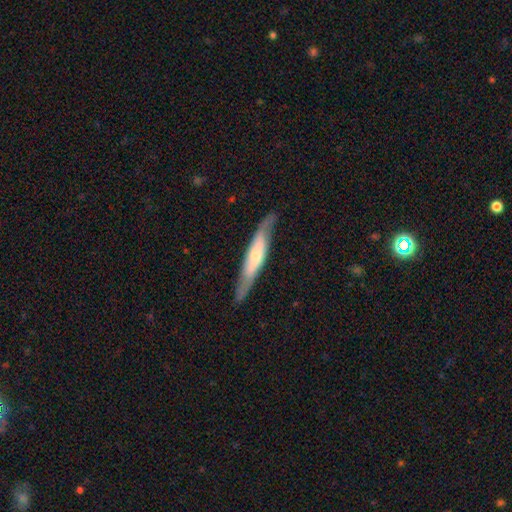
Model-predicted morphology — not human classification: A featured or disk galaxy (58%) viewed edge-on (73%).

Vote fractions:
- Smooth or featured? featured or disk: 58% / smooth: 37% / star or artifact: 5%
- Edge-on disk? yes: 73% / no: 27%
- Merging? none: 80% / minor disturbance: 15% / major disturbance: 4% / merger: 1%